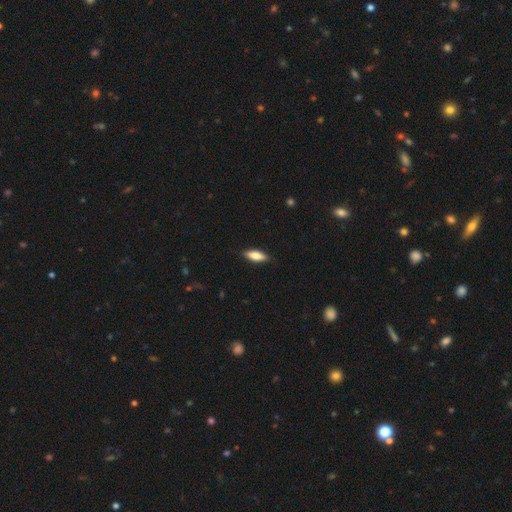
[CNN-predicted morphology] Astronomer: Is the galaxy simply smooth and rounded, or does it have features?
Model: smooth — 78%.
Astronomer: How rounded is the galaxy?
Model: in between — 66%.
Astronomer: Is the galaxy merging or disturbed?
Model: none — 87%.